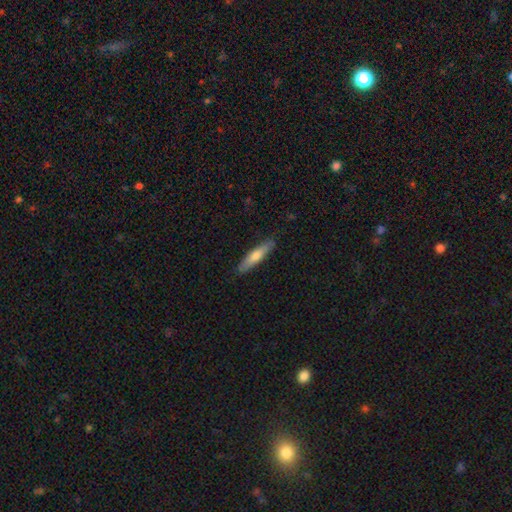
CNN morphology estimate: A smooth galaxy with no disk features (64%) that is cigar-shaped (86%). Merging: none (88%).